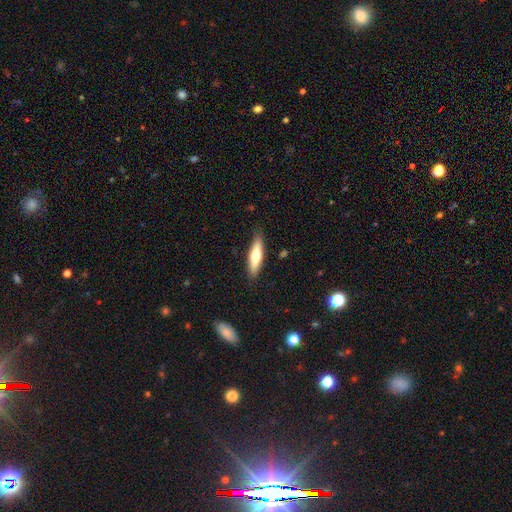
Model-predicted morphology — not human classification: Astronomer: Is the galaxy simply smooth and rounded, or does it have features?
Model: smooth — 62%.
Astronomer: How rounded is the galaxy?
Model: cigar-shaped — 71%.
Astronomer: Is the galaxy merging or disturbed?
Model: none — 85%.